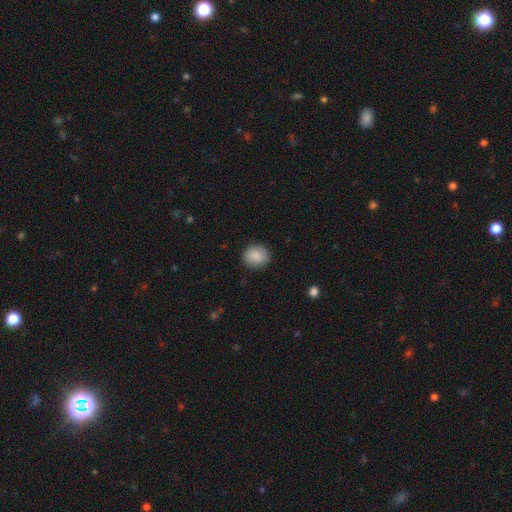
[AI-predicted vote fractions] smooth-or-featured: smooth: 87% | star or artifact: 8% | featured or disk: 5%
  how-rounded: round: 79% | in between: 20% | cigar-shaped: 1%
  merging: none: 88% | minor disturbance: 8% | major disturbance: 2% | merger: 1%